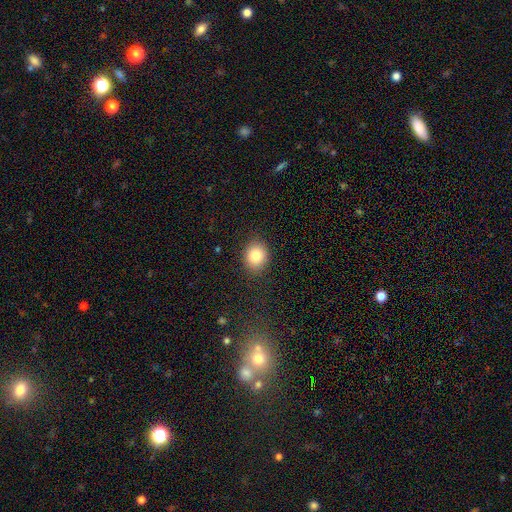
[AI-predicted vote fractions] Smooth or featured: smooth — 84% (star or artifact — 10%)
How rounded: round — 58% (in between — 41%)
Merging: none — 86% (minor disturbance — 10%)